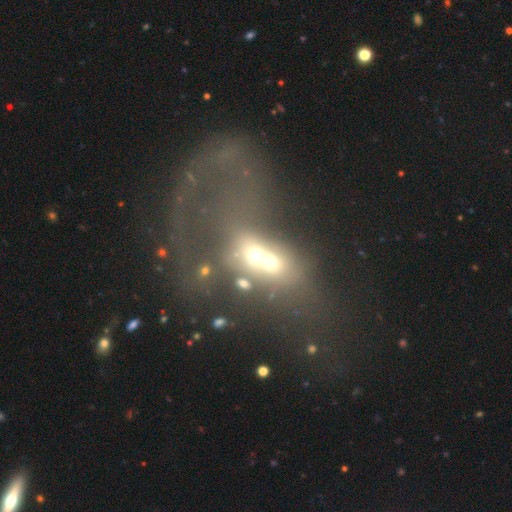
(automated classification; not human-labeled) smooth-or-featured: featured or disk: 48% | smooth: 33% | star or artifact: 19%
  merging: merger: 62% | major disturbance: 25% | none: 8% | minor disturbance: 5%